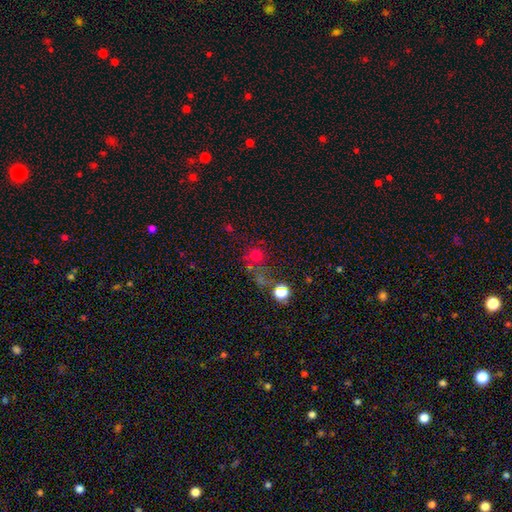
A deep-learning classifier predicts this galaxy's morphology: The model was most divided on "smooth or featured": smooth: 55%, star or artifact: 34%, featured or disk: 11%. More confident: how rounded — round (90%); merging — none (56%).